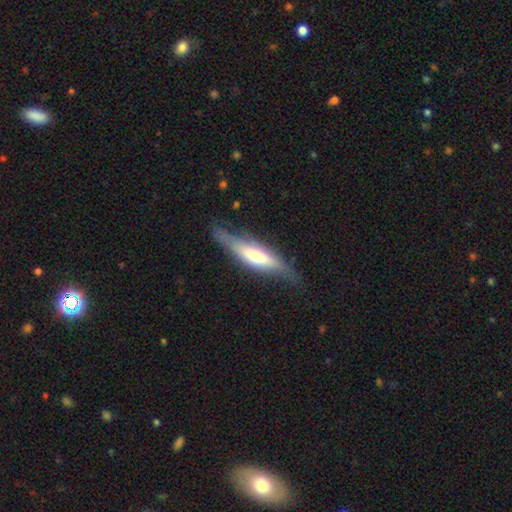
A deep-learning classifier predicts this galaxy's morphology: This is possibly a featured or disk galaxy (56%). It is likely viewed edge-on (79%). Merging: likely none (67%).